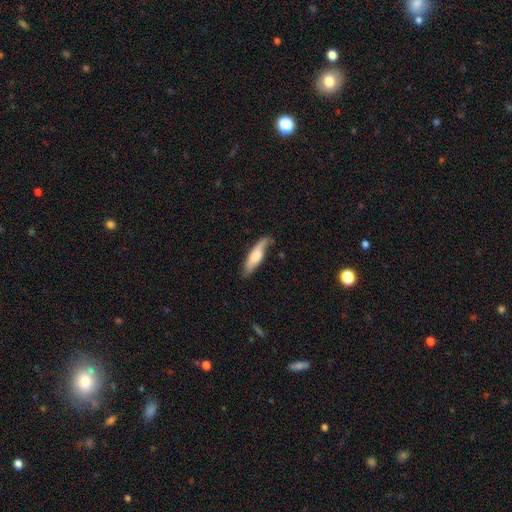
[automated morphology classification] The model was most divided on "how rounded": cigar-shaped: 63%, in between: 36%, round: 2%. More confident: merging — none (64%); smooth or featured — smooth (63%).